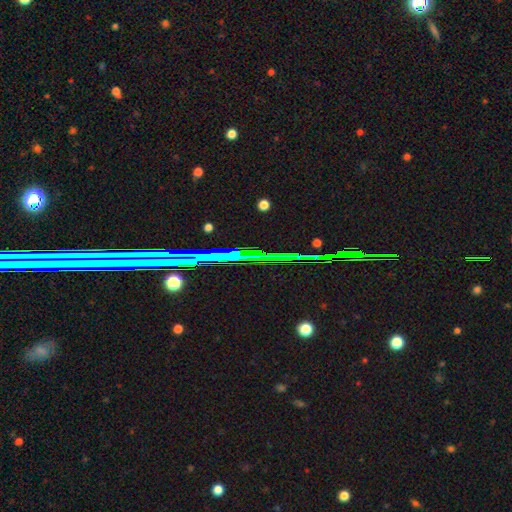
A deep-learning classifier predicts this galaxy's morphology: This appears to be a star or artifact, not a galaxy (79%).